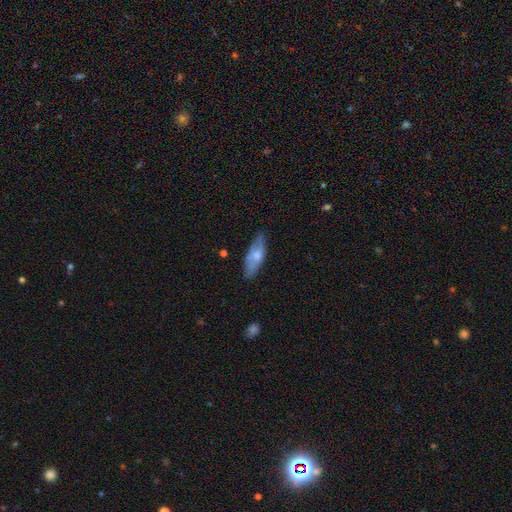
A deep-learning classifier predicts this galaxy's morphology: Smooth or featured?
  - smooth: 58% *
  - featured or disk: 36%
  - star or artifact: 6%
How rounded?
  - in between: 68% *
  - cigar-shaped: 30%
  - round: 2%
Merging?
  - none: 69% *
  - minor disturbance: 24%
  - major disturbance: 5%
  - merger: 2%